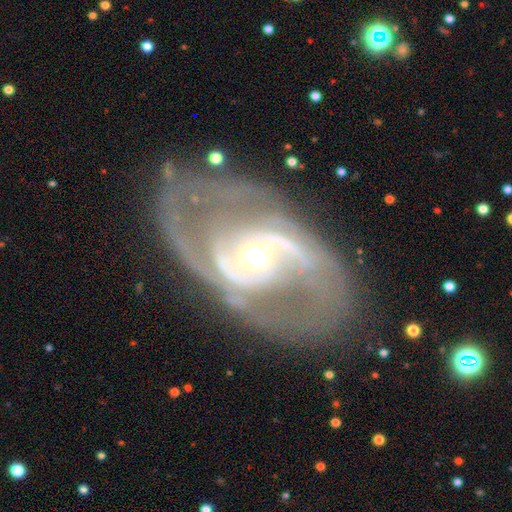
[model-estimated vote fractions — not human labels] featured or disk 88%, smooth 6%, star or artifact 6%. Down the decision tree: edge-on disk — no (95%); bar — weak (37%); spiral arms — yes (91%); spiral arm count — 2 (82%); spiral winding — medium (49%); bulge size — moderate (59%); merging — none (73%).